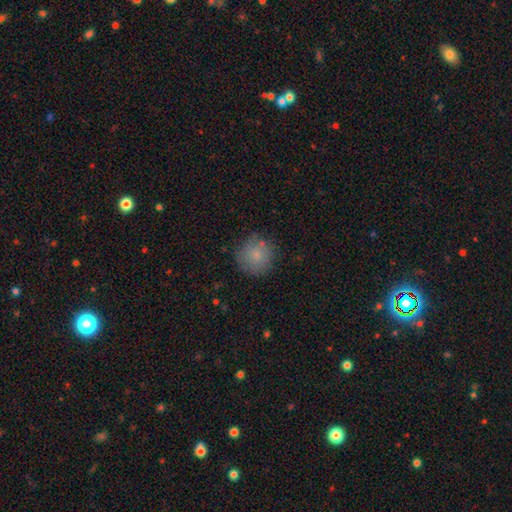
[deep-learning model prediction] Smooth or featured: smooth — 80% (featured or disk — 11%)
How rounded: round — 94% (in between — 5%)
Merging: none — 80% (minor disturbance — 13%)